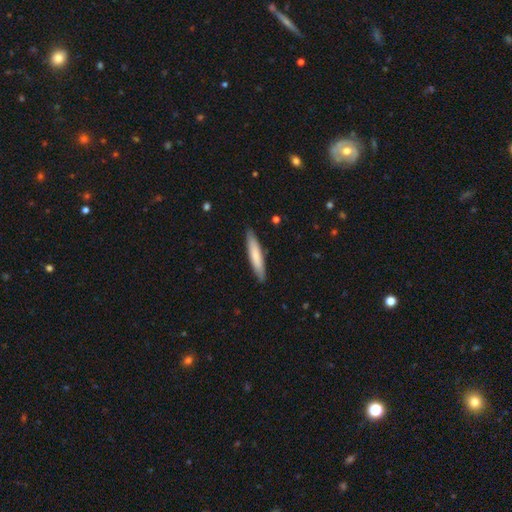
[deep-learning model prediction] Q: Smooth or featured?
A: smooth (76%); runner-up: featured or disk (19%)
Q: How rounded?
A: cigar-shaped (89%); runner-up: in between (9%)
Q: Merging?
A: none (89%); runner-up: minor disturbance (9%)